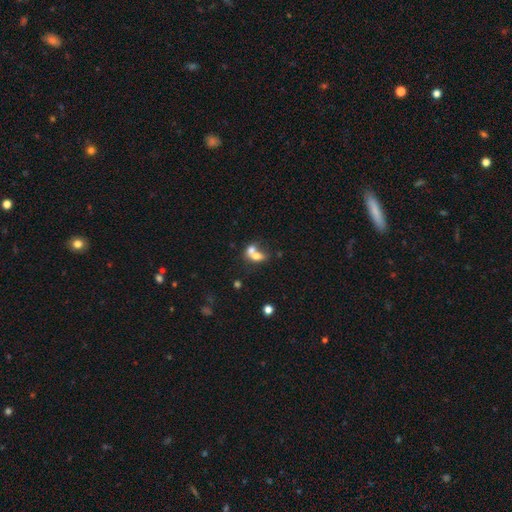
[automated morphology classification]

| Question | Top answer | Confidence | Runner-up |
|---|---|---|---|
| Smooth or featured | smooth | 68% | featured or disk (22%) |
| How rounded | in between | 68% | round (29%) |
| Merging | merger | 70% | none (19%) |